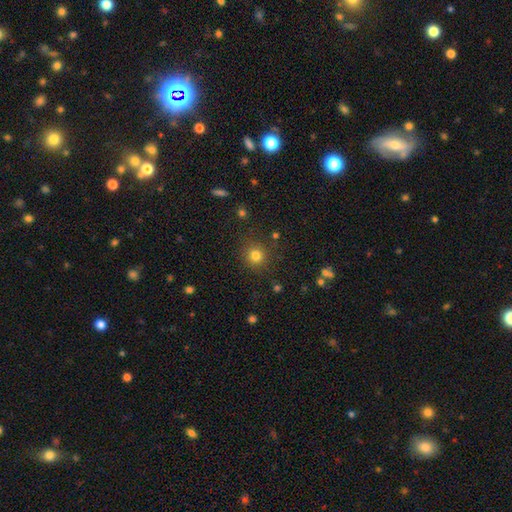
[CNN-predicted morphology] smooth 79%, star or artifact 15%, featured or disk 6%. Down the decision tree: how rounded — round (93%); merging — none (87%).